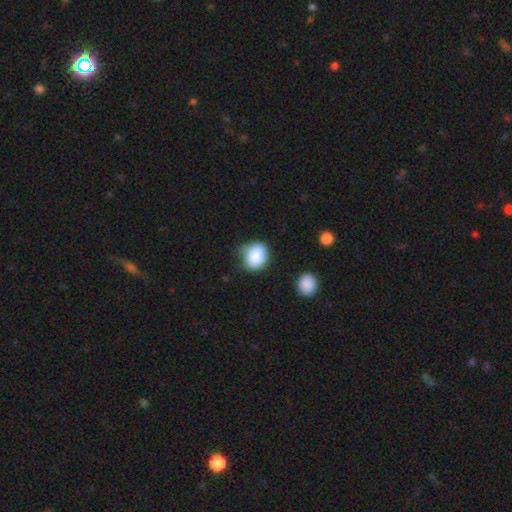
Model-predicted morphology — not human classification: Smooth or featured: smooth — 86% (star or artifact — 8%)
How rounded: round — 57% (in between — 42%)
Merging: none — 59% (minor disturbance — 31%)